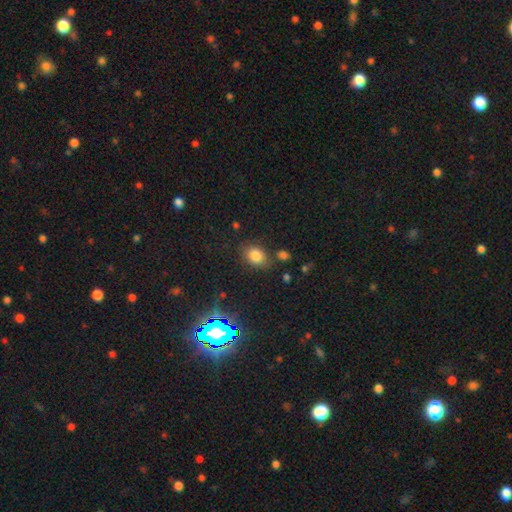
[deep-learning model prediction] Smooth or featured? smooth (80%)
How rounded? in between (62%)
Merging? none (76%)